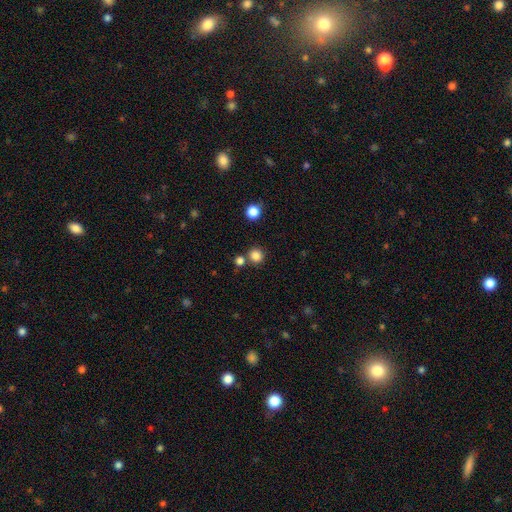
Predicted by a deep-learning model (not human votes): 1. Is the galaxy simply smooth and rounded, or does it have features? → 83% smooth, 13% star or artifact, 4% featured or disk.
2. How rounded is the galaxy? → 92% round, 8% in between, 1% cigar-shaped.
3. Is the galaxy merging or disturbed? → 78% none, 13% merger, 7% minor disturbance, 3% major disturbance.